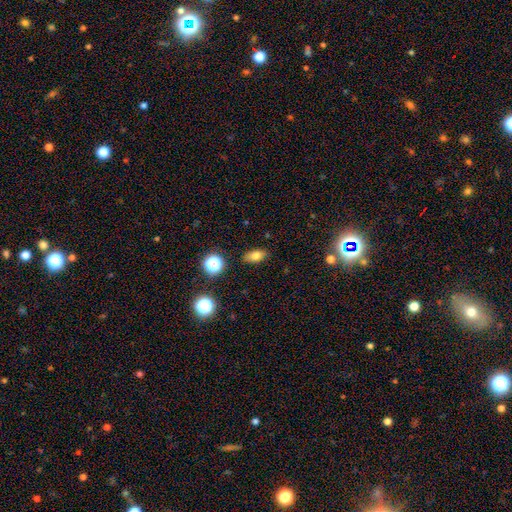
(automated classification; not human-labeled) smooth-or-featured: smooth: 77% | star or artifact: 13% | featured or disk: 10%
  how-rounded: in between: 83% | round: 12% | cigar-shaped: 5%
  merging: none: 87% | minor disturbance: 9% | major disturbance: 2% | merger: 2%